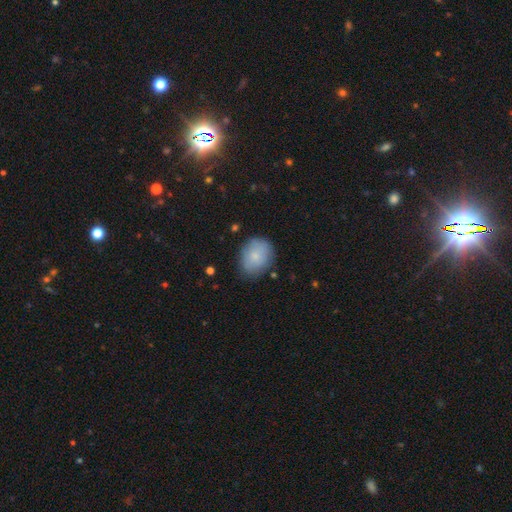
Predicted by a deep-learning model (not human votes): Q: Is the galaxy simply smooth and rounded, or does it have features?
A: smooth — 79%.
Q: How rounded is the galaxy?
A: in between — 53%.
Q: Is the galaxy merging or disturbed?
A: none — 75%.